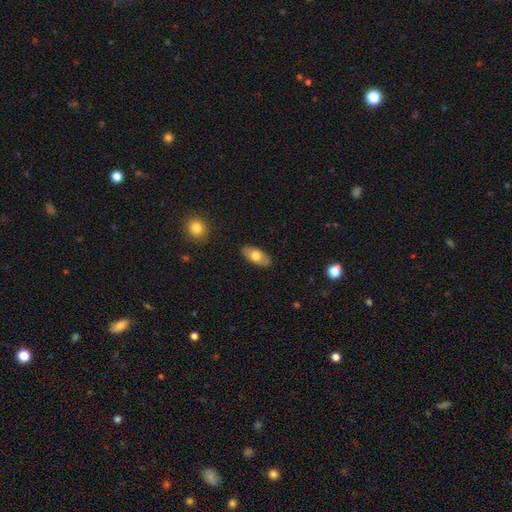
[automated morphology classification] Smooth or featured?
  - smooth: 66% *
  - featured or disk: 28%
  - star or artifact: 6%
How rounded?
  - in between: 89% *
  - cigar-shaped: 8%
  - round: 3%
Merging?
  - none: 87% *
  - minor disturbance: 10%
  - major disturbance: 2%
  - merger: 1%